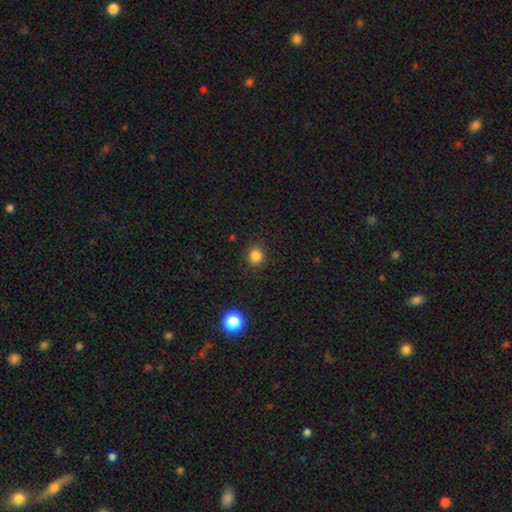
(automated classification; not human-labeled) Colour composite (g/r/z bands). It shows a smooth galaxy with no disk features (84%) that is round (83%). Merging: none (89%).